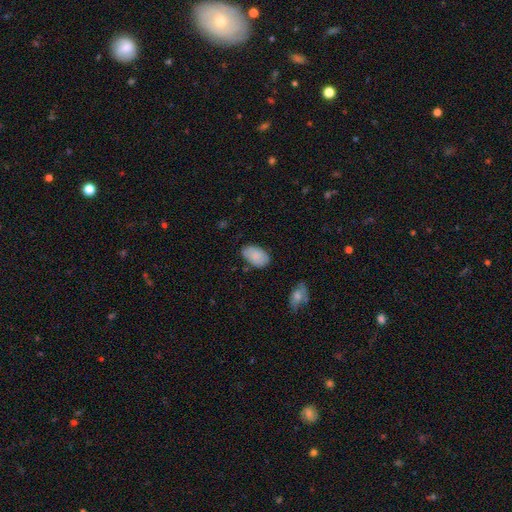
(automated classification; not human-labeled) smooth_or_featured: smooth (p=0.85) [alt: featured or disk p=0.09]
how_rounded: in between (p=0.93) [alt: round p=0.06]
merging: none (p=0.75) [alt: minor disturbance p=0.19]